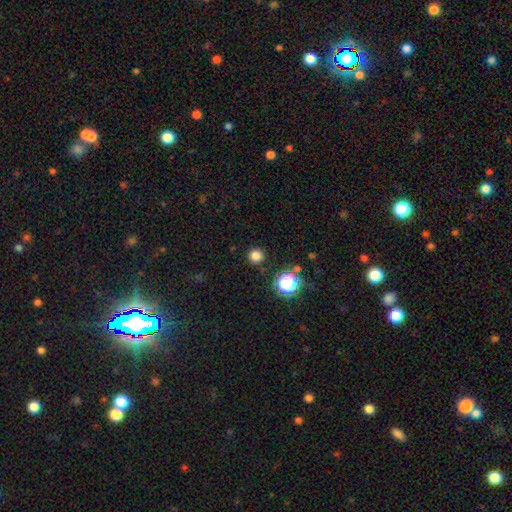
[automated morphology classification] Smooth or featured: smooth — 79% (star or artifact — 17%)
How rounded: round — 95% (in between — 4%)
Merging: none — 90% (minor disturbance — 6%)